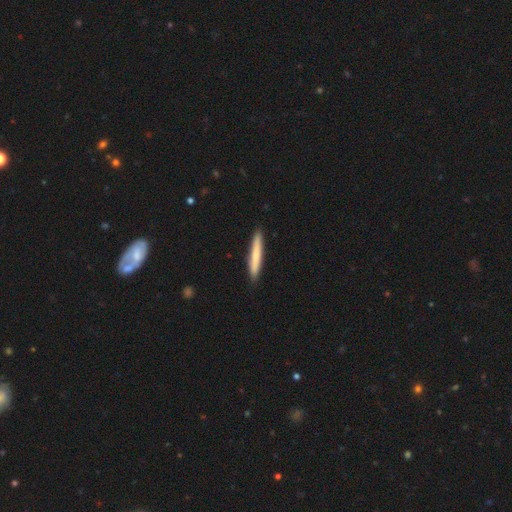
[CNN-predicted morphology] type=smooth (73%); roundness=cigar-shaped (95%); merging=none (90%).